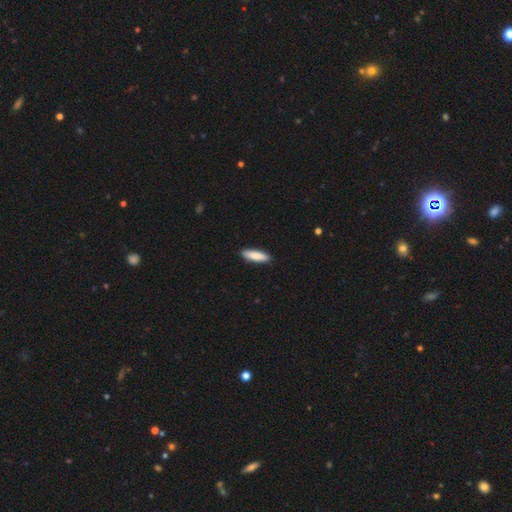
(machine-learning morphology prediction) type=smooth (85%); roundness=cigar-shaped (61%); merging=none (90%).